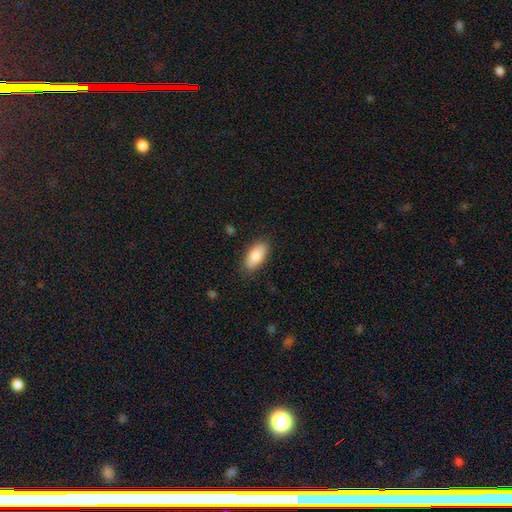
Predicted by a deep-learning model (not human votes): Morphology: type=smooth (82%); roundness=in between (91%); merging=none (86%).